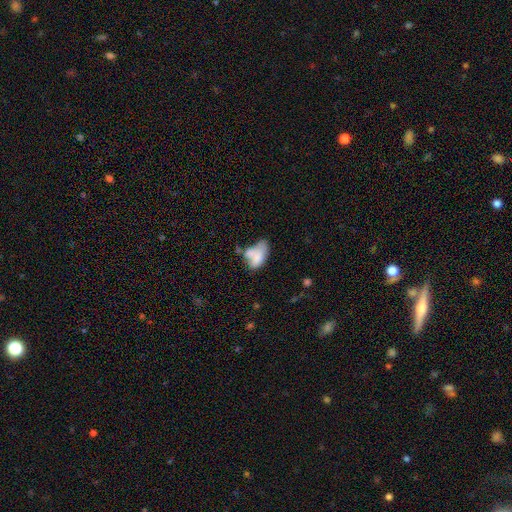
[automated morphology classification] Overall: smooth (69%). How rounded: in between (90%). Merging: merger (36%; none 23%).